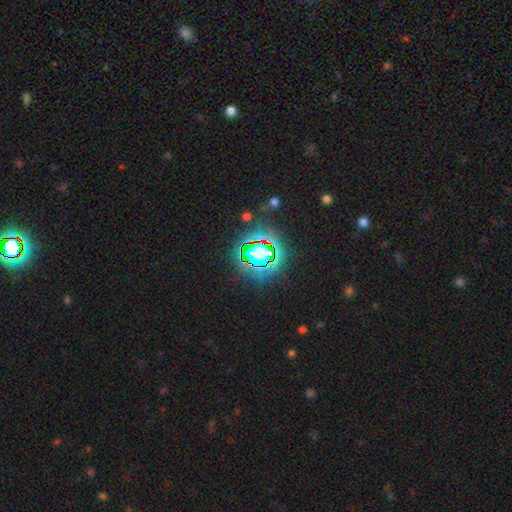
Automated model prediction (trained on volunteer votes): Morphology: type=star or artifact (83%).